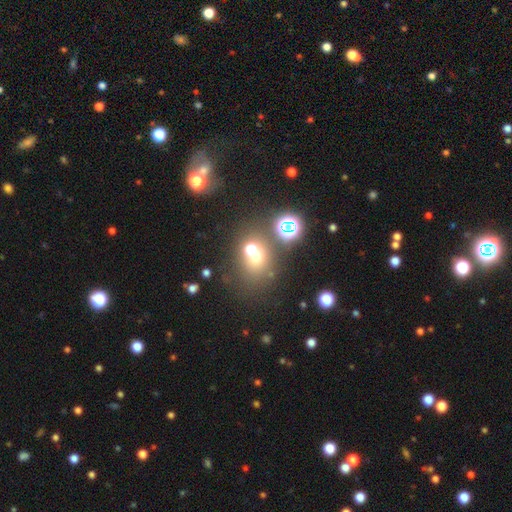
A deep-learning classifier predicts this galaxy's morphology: Overall: smooth (56%; star or artifact 26%). How rounded: round (69%; in between 30%). Merging: none (43%; merger 42%).